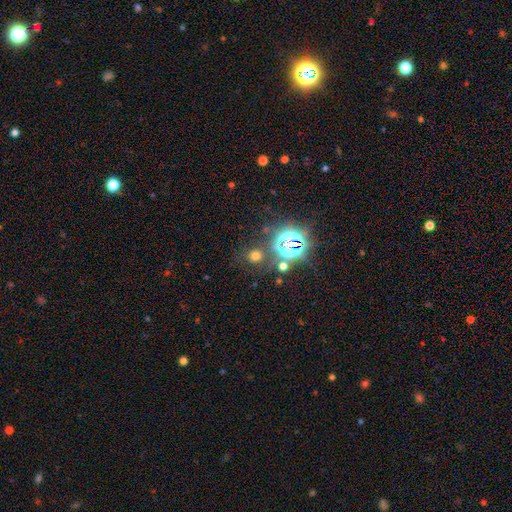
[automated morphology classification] smooth 53%, star or artifact 39%, featured or disk 8%. Down the decision tree: how rounded — round (82%); merging — none (79%).